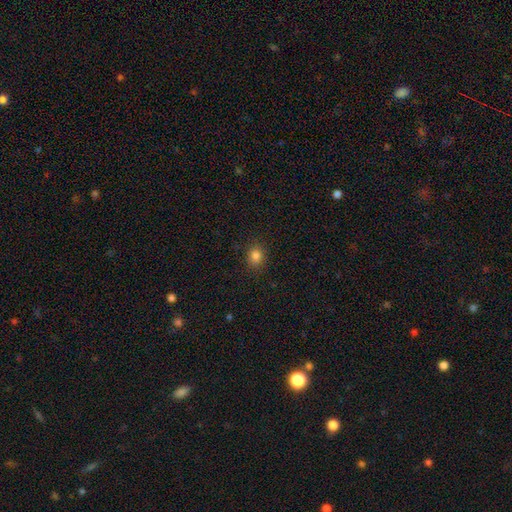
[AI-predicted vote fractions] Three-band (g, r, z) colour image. It shows a smooth galaxy with no disk features (82%) that is round (68%). Merging: none (89%).